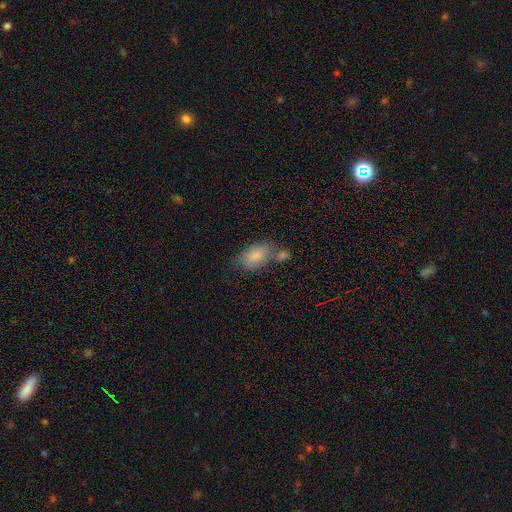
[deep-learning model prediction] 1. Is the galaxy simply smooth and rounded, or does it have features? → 79% smooth, 13% featured or disk, 8% star or artifact.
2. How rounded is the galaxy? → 88% in between, 10% round, 2% cigar-shaped.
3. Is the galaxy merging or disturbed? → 45% none, 25% merger, 22% minor disturbance, 8% major disturbance.